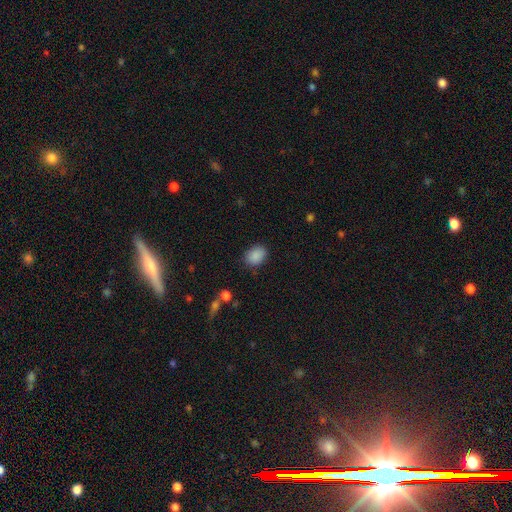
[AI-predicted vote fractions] Overall: smooth (88%). How rounded: in between (65%; round 34%). Merging: none (83%).